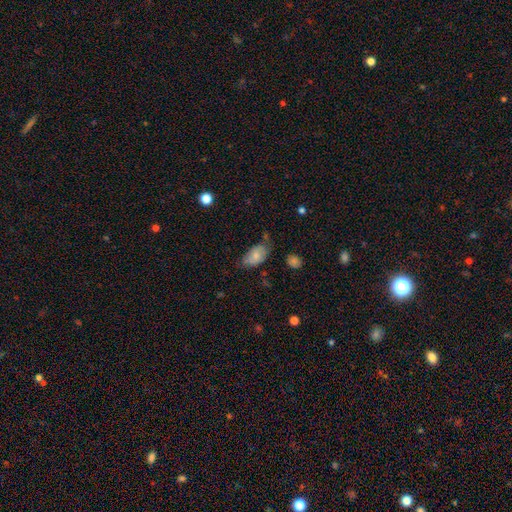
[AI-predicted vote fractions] A smooth galaxy with no disk features (73%) that is in between round and cigar-shaped (92%).

Vote fractions:
- Smooth or featured? smooth: 73% / featured or disk: 19% / star or artifact: 8%
- How rounded? in between: 92% / round: 6% / cigar-shaped: 2%
- Merging? none: 50% / minor disturbance: 35% / major disturbance: 10% / merger: 5%